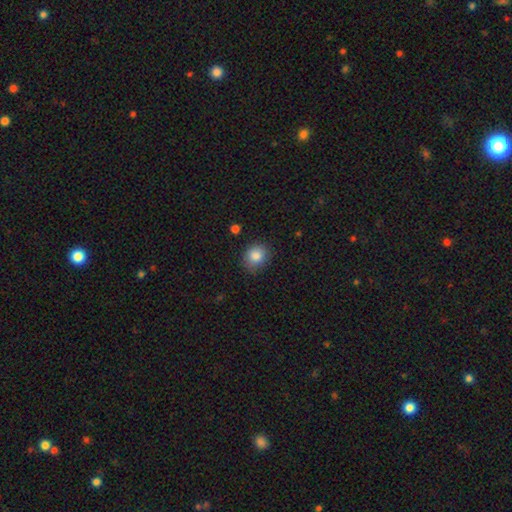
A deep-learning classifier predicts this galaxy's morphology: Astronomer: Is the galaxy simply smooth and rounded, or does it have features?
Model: smooth — 85%.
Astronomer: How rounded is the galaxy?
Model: round — 72%.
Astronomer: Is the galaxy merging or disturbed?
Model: none — 81%.